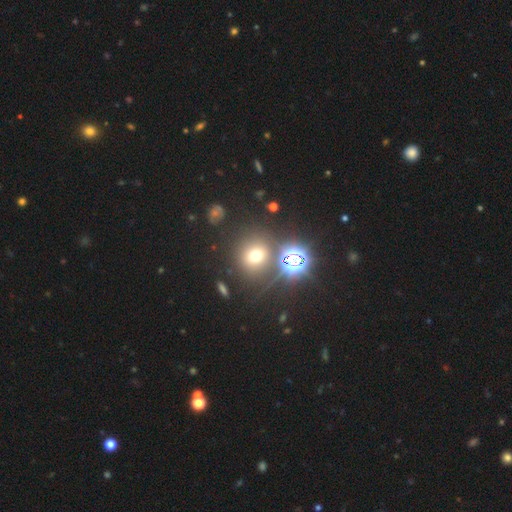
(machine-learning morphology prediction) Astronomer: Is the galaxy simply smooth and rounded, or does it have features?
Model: smooth — 59%.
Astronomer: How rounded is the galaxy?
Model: round — 85%.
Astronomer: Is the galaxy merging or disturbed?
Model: none — 76%.